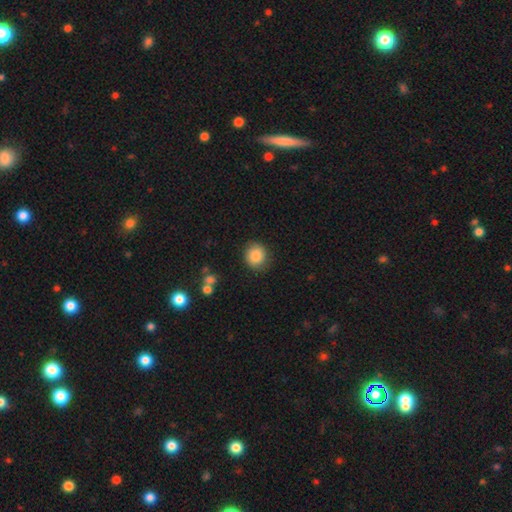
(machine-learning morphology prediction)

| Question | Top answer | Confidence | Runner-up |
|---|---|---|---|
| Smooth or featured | smooth | 84% | featured or disk (9%) |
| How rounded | round | 83% | in between (16%) |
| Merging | none | 84% | minor disturbance (12%) |